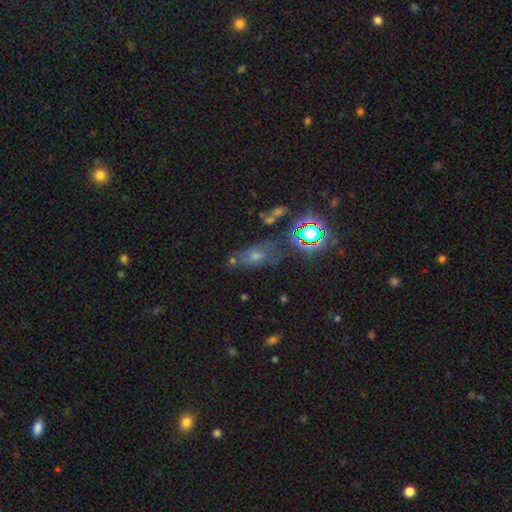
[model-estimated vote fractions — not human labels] Smooth or featured: star or artifact — 42% (smooth — 34%)